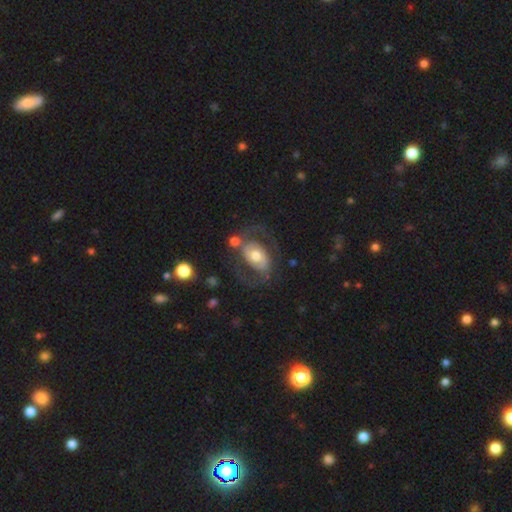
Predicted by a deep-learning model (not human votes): A featured or disk galaxy (71%) with no bar (54%), 2 (83%) medium (49%) spiral arms (77%) and a moderate central bulge (66%). Merging: none (57%).